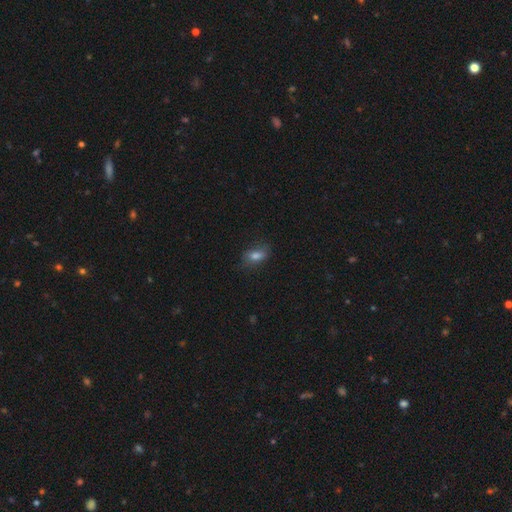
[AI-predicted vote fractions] smooth-or-featured: smooth: 74% | featured or disk: 14% | star or artifact: 11%
  how-rounded: in between: 82% | round: 11% | cigar-shaped: 7%
  merging: none: 69% | minor disturbance: 22% | major disturbance: 7% | merger: 1%